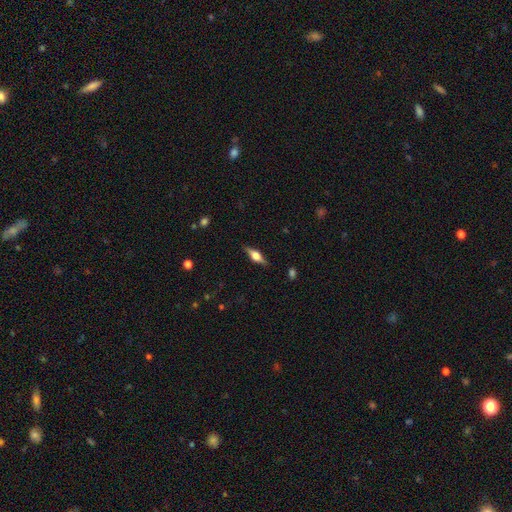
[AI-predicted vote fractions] Overall: featured or disk (61%; smooth 32%). Edge-on disk: yes (96%). Edge-on bulge: rounded (89%). Merging: none (86%).